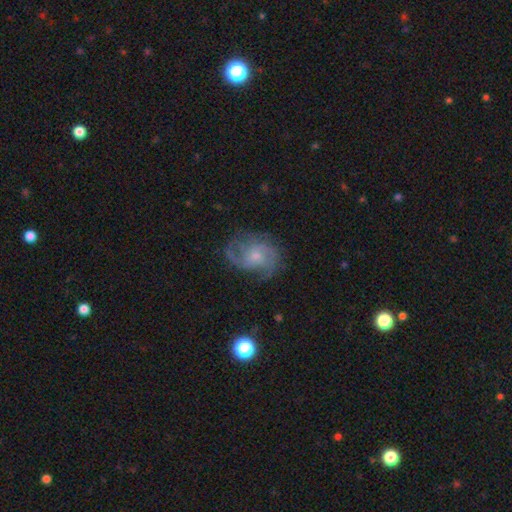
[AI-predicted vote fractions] Smooth or featured? featured or disk (84%)
Edge-on disk? no (98%)
Bar? no (68%)
Spiral arms? yes (96%)
Spiral winding? medium (52%)
Spiral arm count? 2 (36%)
Bulge size? small (54%)
Merging? none (68%)